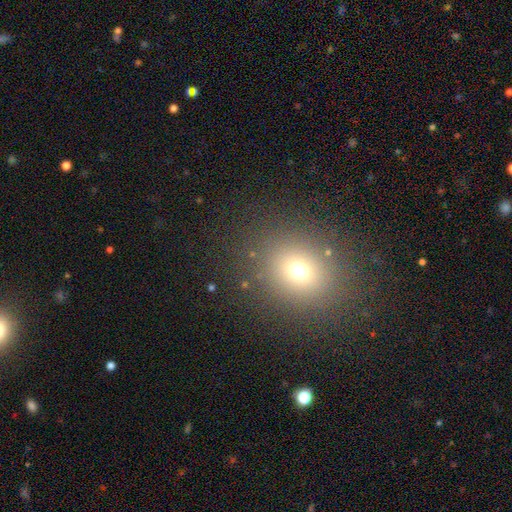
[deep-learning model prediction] Smooth or featured: smooth — 65% (star or artifact — 25%)
How rounded: round — 64% (in between — 34%)
Merging: none — 88% (minor disturbance — 7%)